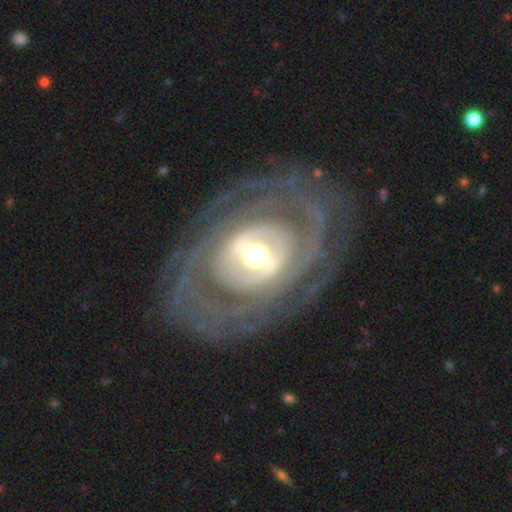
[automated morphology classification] A featured or disk galaxy (87%) with a strong bar (46%), tight (73%) spiral arms (82%) and a moderate central bulge (63%).

Vote fractions:
- Smooth or featured? featured or disk: 87% / smooth: 8% / star or artifact: 5%
- Edge-on disk? no: 94% / yes: 6%
- Bar? strong: 46% / weak: 35% / no: 19%
- Spiral arms? yes: 82% / no: 18%
- Spiral winding? tight: 73% / medium: 20% / loose: 7%
- Spiral arm count? can't tell: 42% / 2: 26% / 3: 11% / 4: 8% / more than 4: 8% / 1: 6%
- Bulge size? moderate: 63% / small: 21% / large: 14% / dominant: 1% / none: 1%
- Merging? none: 79% / minor disturbance: 12% / major disturbance: 7% / merger: 1%